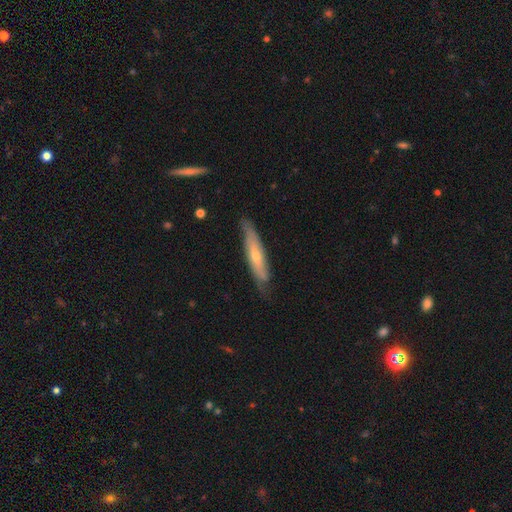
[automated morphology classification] Smooth or featured? Predicted: featured or disk (p=0.54). Edge-on disk? Predicted: yes (p=0.65). Merging? Predicted: none (p=0.73).